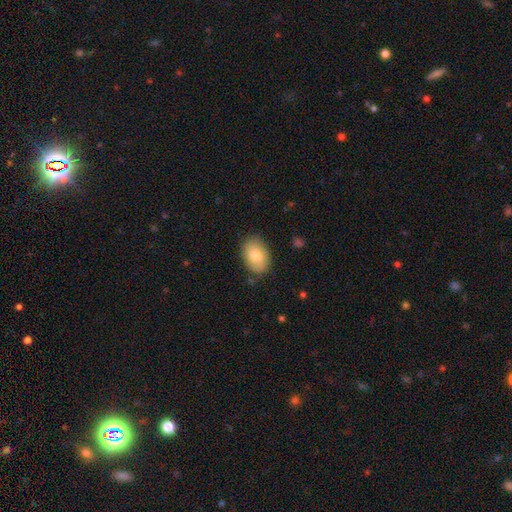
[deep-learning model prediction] This appears to be a smooth galaxy with no disk features (80%) that is in between round and cigar-shaped (85%). Merging: none (83%).